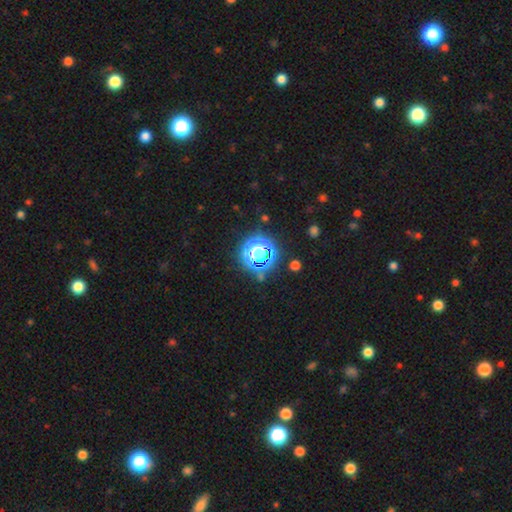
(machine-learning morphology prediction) Smooth or featured? star or artifact (67%)